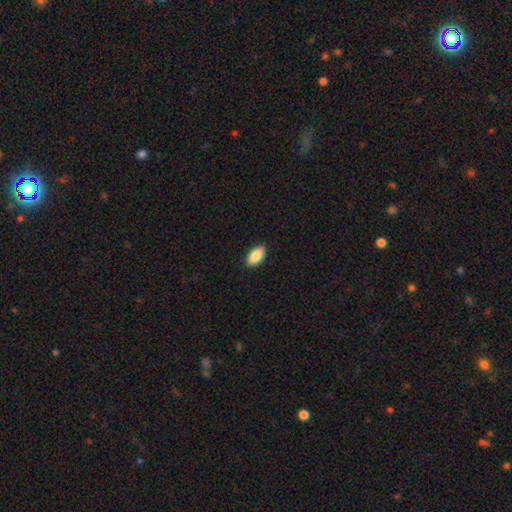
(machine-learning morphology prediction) Smooth or featured? Predicted: smooth (p=0.85). How rounded? Predicted: in between (p=0.93). Merging? Predicted: none (p=0.89).